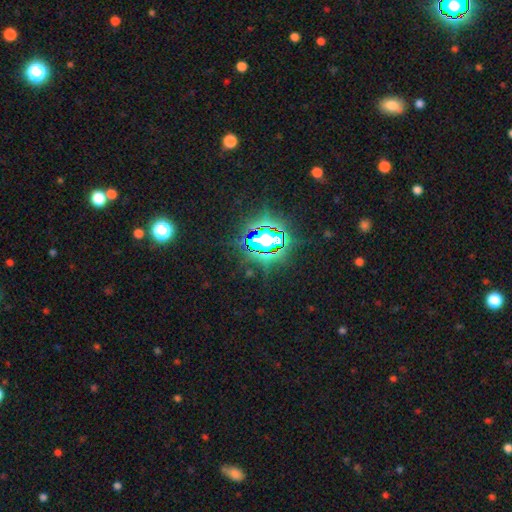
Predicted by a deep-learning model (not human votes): This appears to be a star or artifact, not a galaxy (84%).